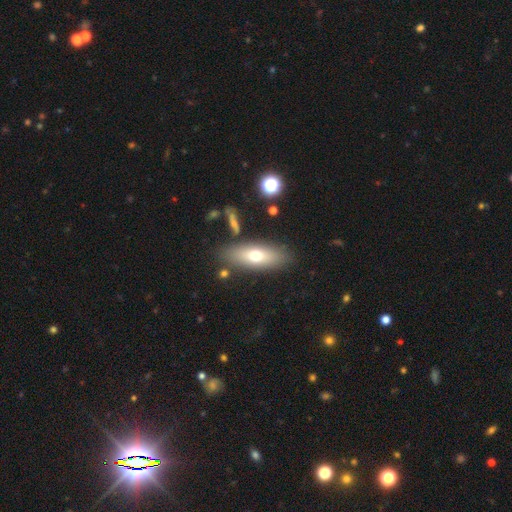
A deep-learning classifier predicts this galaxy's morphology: Q: Smooth or featured?
A: smooth (65%); runner-up: featured or disk (27%)
Q: How rounded?
A: in between (67%); runner-up: cigar-shaped (29%)
Q: Merging?
A: none (81%); runner-up: minor disturbance (11%)